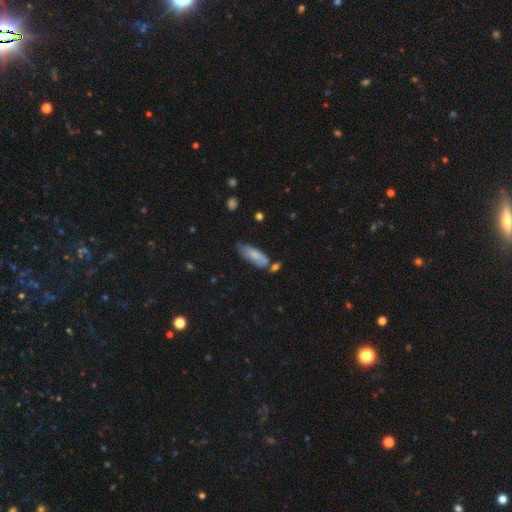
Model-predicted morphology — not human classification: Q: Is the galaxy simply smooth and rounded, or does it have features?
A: smooth — 73%.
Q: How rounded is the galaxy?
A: in between — 68%.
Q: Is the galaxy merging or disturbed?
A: none — 50%.